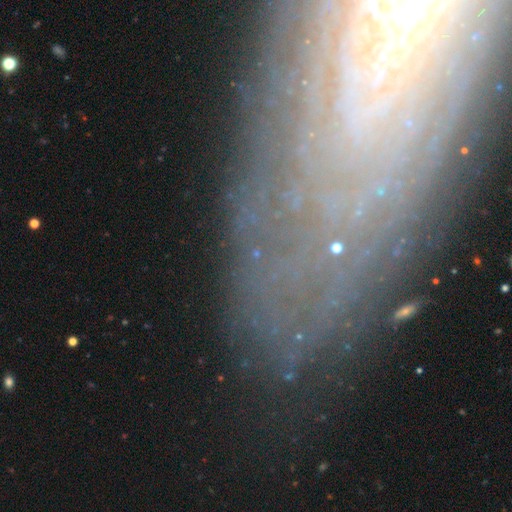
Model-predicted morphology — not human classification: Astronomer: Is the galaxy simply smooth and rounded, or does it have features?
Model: featured or disk — 61%.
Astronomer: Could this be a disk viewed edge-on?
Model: no — 81%.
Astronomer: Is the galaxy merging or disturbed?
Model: none — 79%.